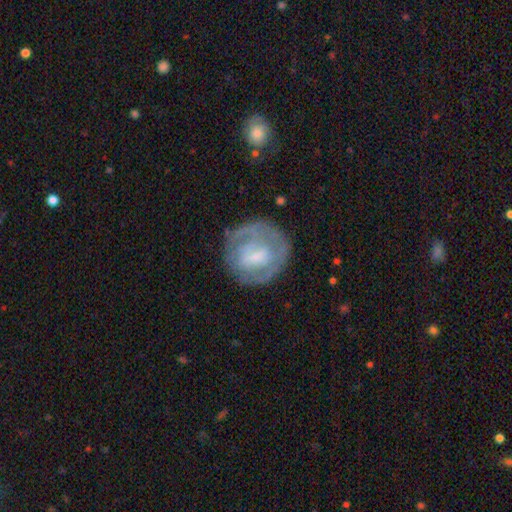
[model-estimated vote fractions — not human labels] featured or disk 58%, smooth 35%, star or artifact 7%. Down the decision tree: edge-on disk — no (97%); bar — no (45%); spiral arms — yes (54%); bulge size — small (43%); merging — none (69%).